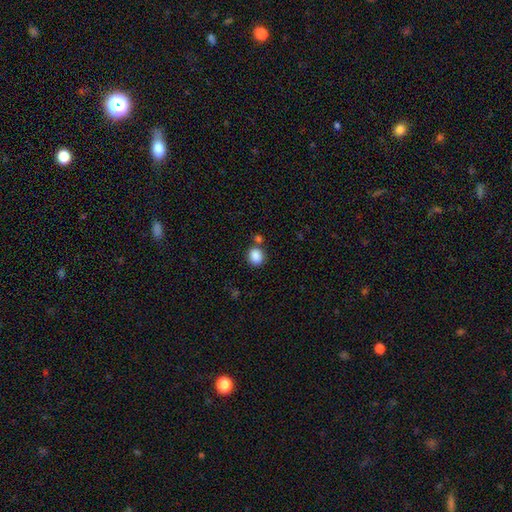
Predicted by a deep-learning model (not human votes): Overall: smooth (87%). How rounded: round (72%). Merging: none (72%).